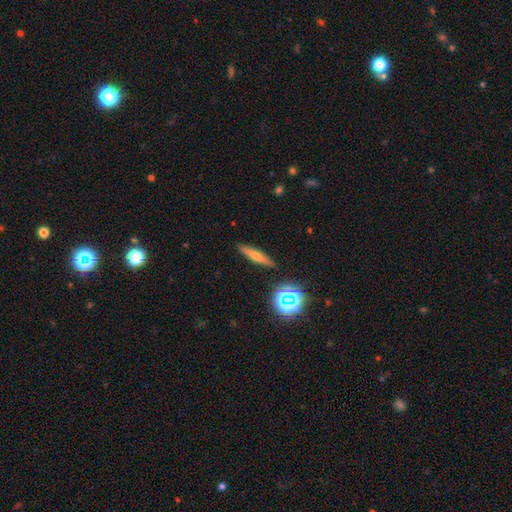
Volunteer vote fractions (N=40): Overall: featured or disk (60%; smooth 38%). Edge-on disk: yes (83%). Edge-on bulge: rounded (100%). Merging: none (100%).